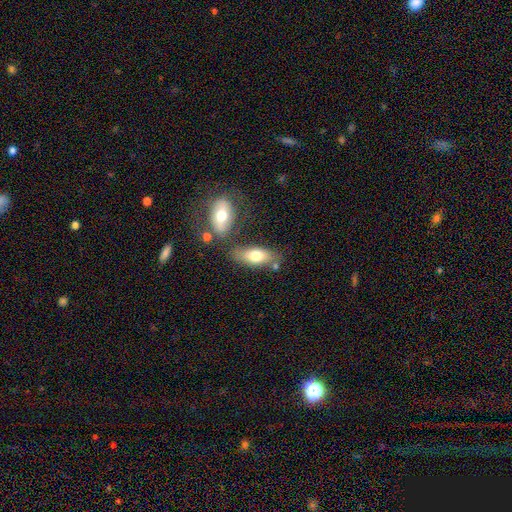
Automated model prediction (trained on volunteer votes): Overall: smooth (71%). How rounded: in between (84%). Merging: none (62%).